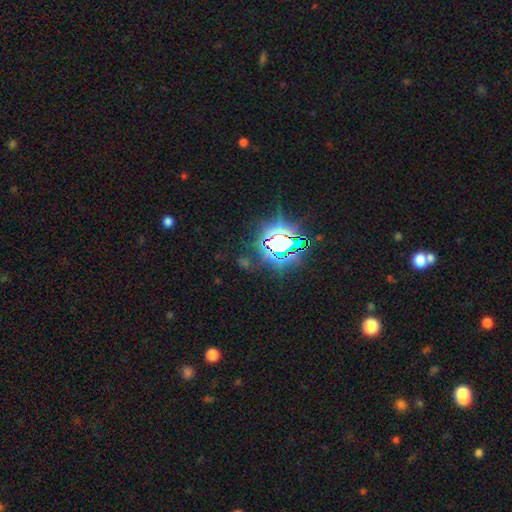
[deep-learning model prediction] Smooth or featured?
  - star or artifact: 83% *
  - smooth: 10%
  - featured or disk: 7%